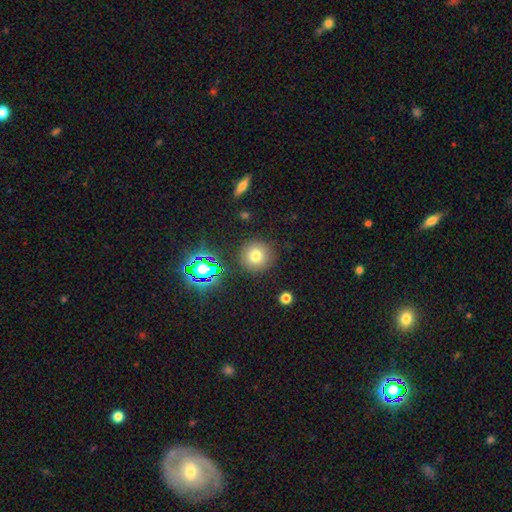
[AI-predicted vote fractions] smooth 72%, star or artifact 17%, featured or disk 10%. Down the decision tree: how rounded — round (95%); merging — none (88%).